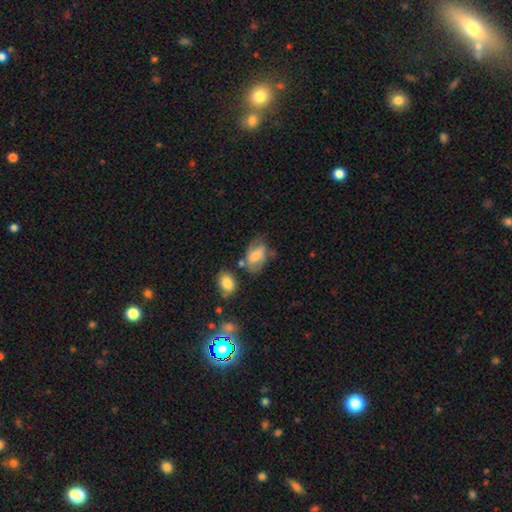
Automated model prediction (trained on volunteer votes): A smooth galaxy with no disk features (54%) that is in between round and cigar-shaped (85%).

Vote fractions:
- Smooth or featured? smooth: 54% / featured or disk: 38% / star or artifact: 8%
- How rounded? in between: 85% / round: 13% / cigar-shaped: 2%
- Merging? none: 47% / minor disturbance: 28% / major disturbance: 14% / merger: 11%